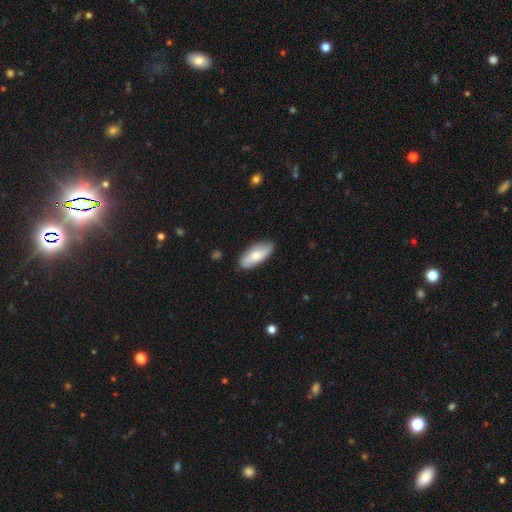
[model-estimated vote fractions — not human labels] smooth 71%, featured or disk 23%, star or artifact 5%. Down the decision tree: how rounded — in between (83%); merging — none (82%).